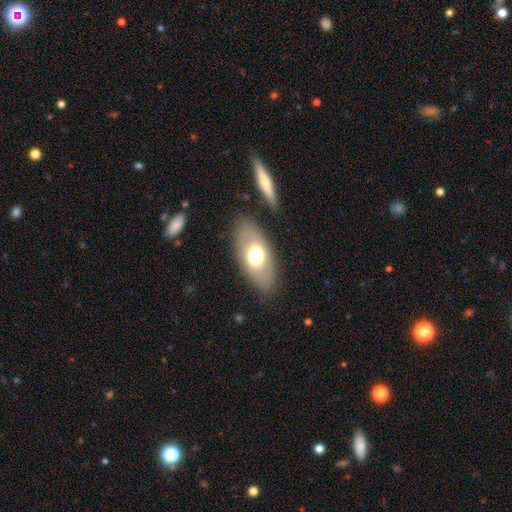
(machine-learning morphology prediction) Smooth or featured? smooth (60%)
How rounded? in between (90%)
Merging? none (81%)